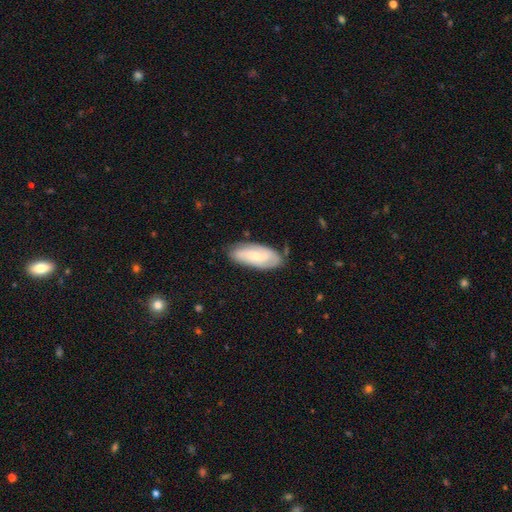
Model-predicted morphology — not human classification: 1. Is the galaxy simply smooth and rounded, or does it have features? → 49% featured or disk, 44% smooth, 7% star or artifact.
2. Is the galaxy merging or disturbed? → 77% none, 18% minor disturbance, 4% major disturbance, 1% merger.